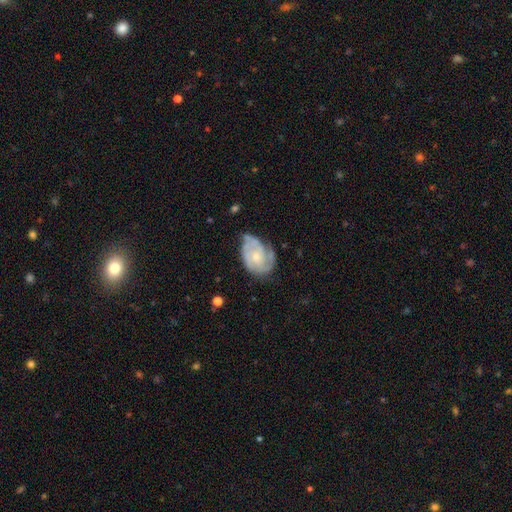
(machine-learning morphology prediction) smooth_or_featured: featured or disk (p=0.76) [alt: smooth p=0.18]
disk_edge_on: no (p=0.97) [alt: yes p=0.03]
bar: no (p=0.73) [alt: weak p=0.24]
has_spiral_arms: yes (p=0.91) [alt: no p=0.09]
spiral_winding: tight (p=0.53) [alt: medium p=0.37]
spiral_arm_count: 2 (p=0.32) [alt: 3 p=0.28]
bulge_size: small (p=0.60) [alt: moderate p=0.34]
merging: none (p=0.55) [alt: minor disturbance p=0.30]